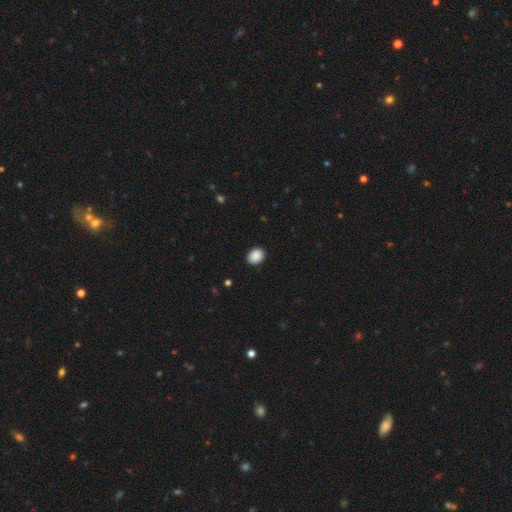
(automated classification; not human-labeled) Smooth or featured: smooth — 90% (star or artifact — 7%)
How rounded: in between — 54% (round — 45%)
Merging: none — 90% (minor disturbance — 8%)